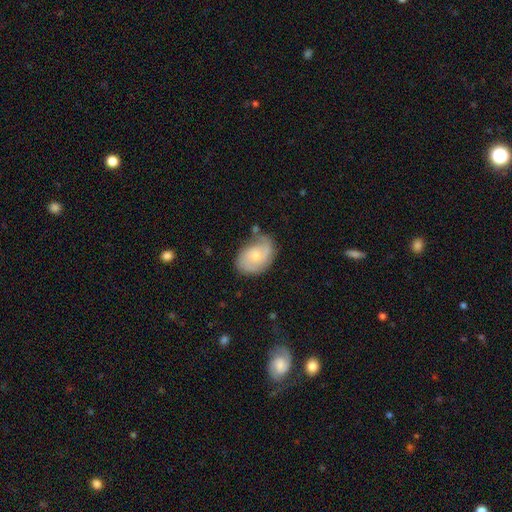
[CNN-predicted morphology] Overall: featured or disk (63%; smooth 31%). Edge-on disk: no (97%). Bar: no (69%). Spiral arms: yes (88%). Spiral arm count: 2 (60%). Spiral winding: medium (43%; tight 38%). Bulge size: small (59%; moderate 35%). Merging: none (60%; minor disturbance 26%).